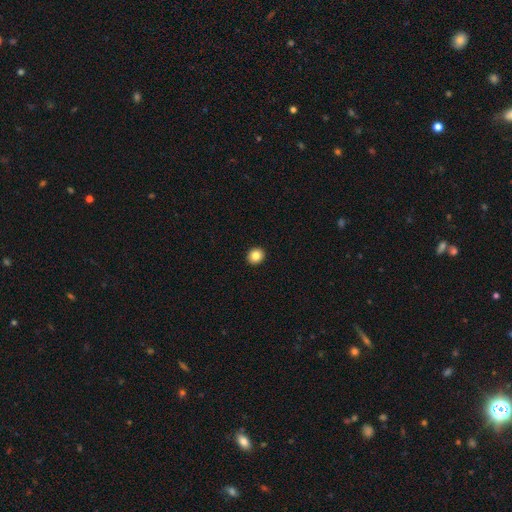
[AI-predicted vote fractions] Smooth or featured? smooth (85%)
How rounded? round (80%)
Merging? none (93%)